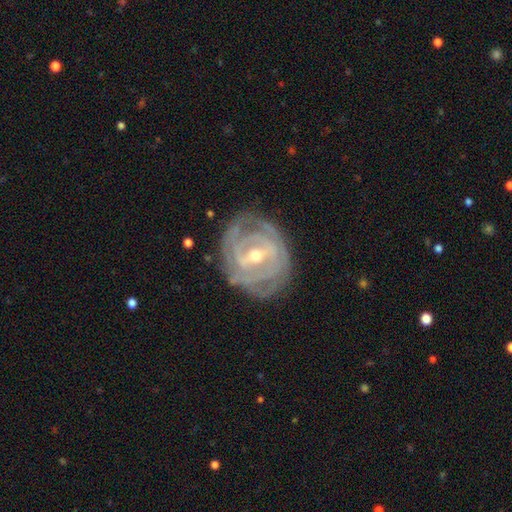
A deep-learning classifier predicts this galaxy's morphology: A featured or disk galaxy (87%) with a strong bar (44%), tight (74%) spiral arms (89%) and a moderate central bulge (57%).

Vote fractions:
- Smooth or featured? featured or disk: 87% / smooth: 8% / star or artifact: 5%
- Edge-on disk? no: 96% / yes: 4%
- Bar? strong: 44% / weak: 43% / no: 14%
- Spiral arms? yes: 89% / no: 11%
- Spiral winding? tight: 74% / medium: 21% / loose: 5%
- Spiral arm count? can't tell: 37% / 2: 26% / 3: 17% / 4: 10% / 1: 5% / more than 4: 5%
- Bulge size? moderate: 57% / small: 40% / large: 2% / none: 1% / dominant: 1%
- Merging? none: 75% / minor disturbance: 17% / major disturbance: 7% / merger: 1%